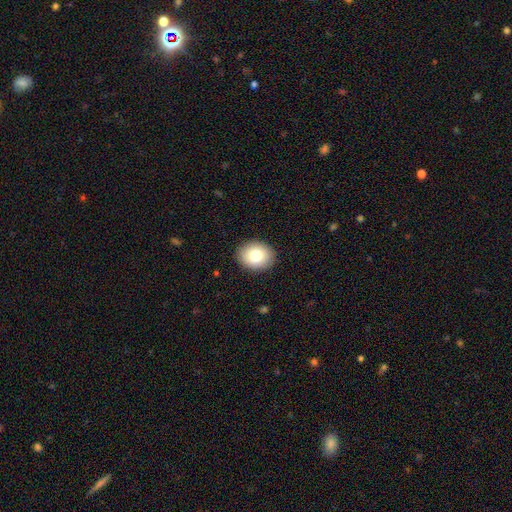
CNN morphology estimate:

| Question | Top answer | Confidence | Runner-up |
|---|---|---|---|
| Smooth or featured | smooth | 81% | featured or disk (11%) |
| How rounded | in between | 52% | round (47%) |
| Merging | none | 90% | minor disturbance (7%) |